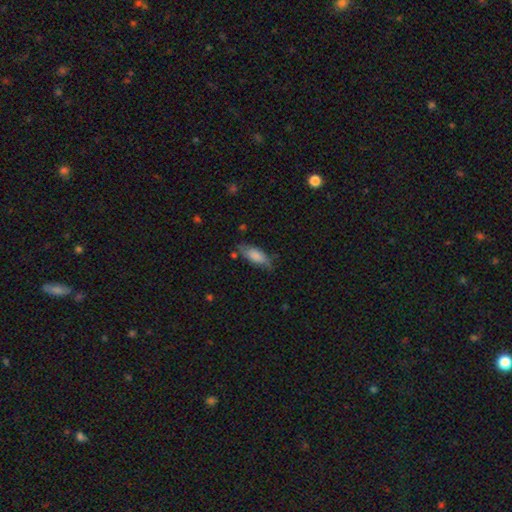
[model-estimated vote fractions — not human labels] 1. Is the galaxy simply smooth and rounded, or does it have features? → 78% smooth, 15% featured or disk, 7% star or artifact.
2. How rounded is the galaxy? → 78% in between, 20% cigar-shaped, 2% round.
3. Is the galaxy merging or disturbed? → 61% none, 29% minor disturbance, 7% major disturbance, 3% merger.